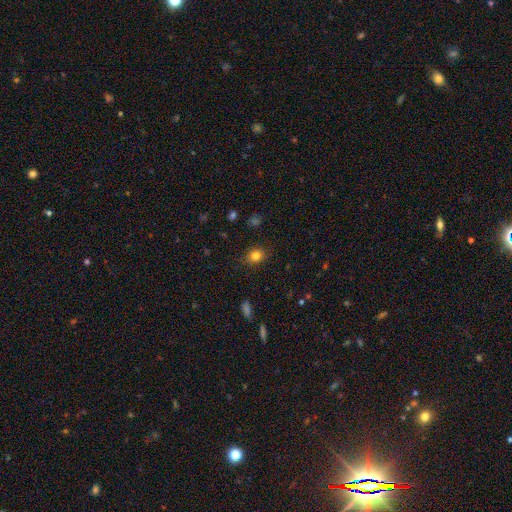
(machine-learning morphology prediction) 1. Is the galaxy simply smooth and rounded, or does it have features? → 82% smooth, 12% star or artifact, 6% featured or disk.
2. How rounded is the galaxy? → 53% round, 46% in between, 1% cigar-shaped.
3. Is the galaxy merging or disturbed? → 85% none, 11% minor disturbance, 3% major disturbance, 1% merger.